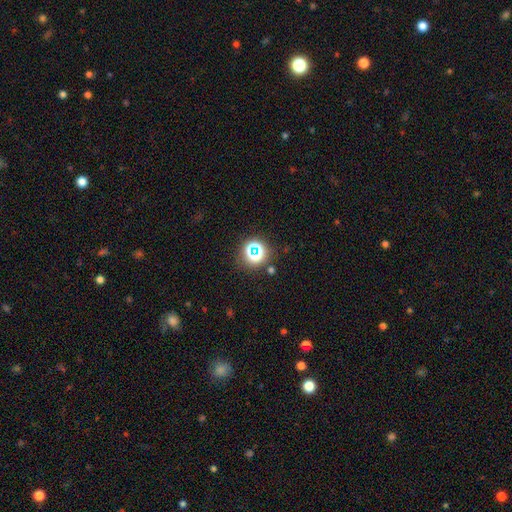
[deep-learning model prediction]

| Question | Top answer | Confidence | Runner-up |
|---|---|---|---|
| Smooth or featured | star or artifact | 53% | smooth (37%) |